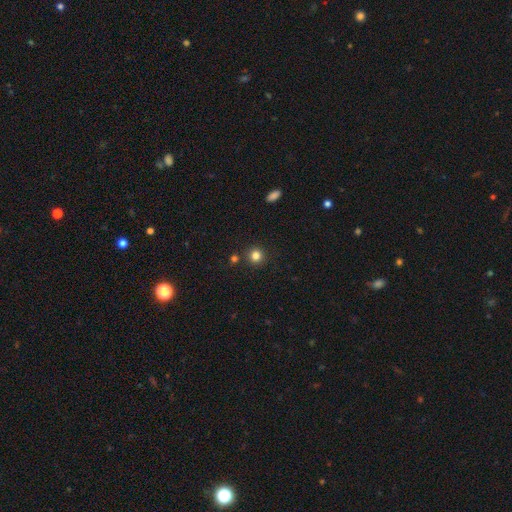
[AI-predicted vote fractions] Q: Smooth or featured?
A: smooth (82%); runner-up: star or artifact (14%)
Q: How rounded?
A: round (93%); runner-up: in between (6%)
Q: Merging?
A: none (87%); runner-up: minor disturbance (6%)